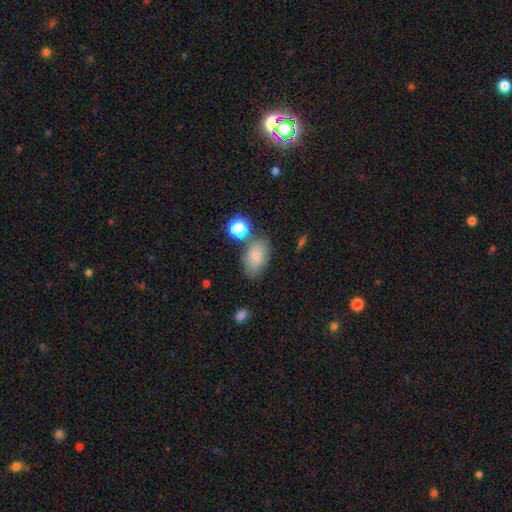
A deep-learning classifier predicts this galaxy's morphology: smooth 76%, featured or disk 13%, star or artifact 10%. Down the decision tree: how rounded — in between (85%); merging — none (69%).